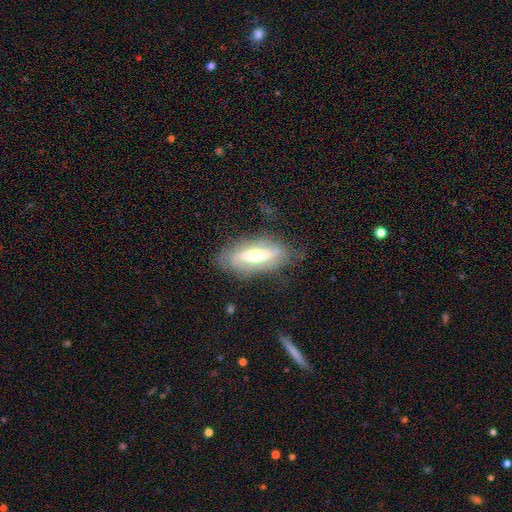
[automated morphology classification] This appears to be a featured or disk galaxy (67%). Merging: none (75%).